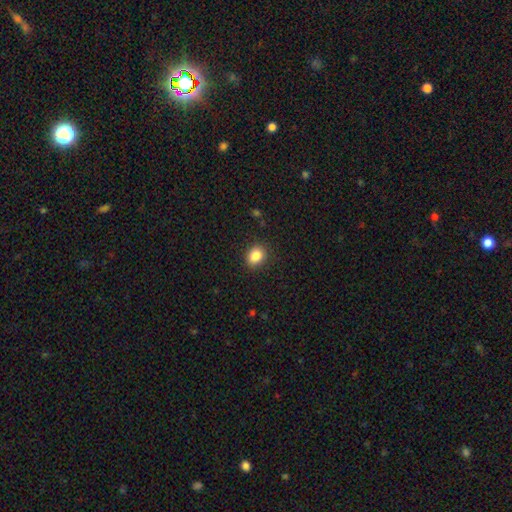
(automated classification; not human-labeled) Smooth or featured? smooth (86%)
How rounded? round (51%)
Merging? none (88%)